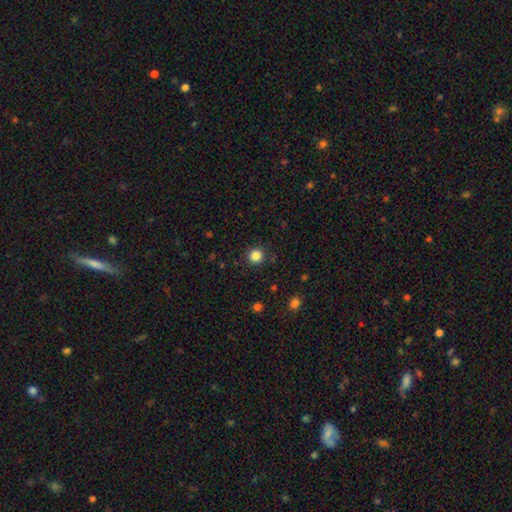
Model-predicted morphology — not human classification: smooth_or_featured: smooth (p=0.84) [alt: star or artifact p=0.12]
how_rounded: round (p=0.94) [alt: in between p=0.05]
merging: none (p=0.91) [alt: minor disturbance p=0.06]